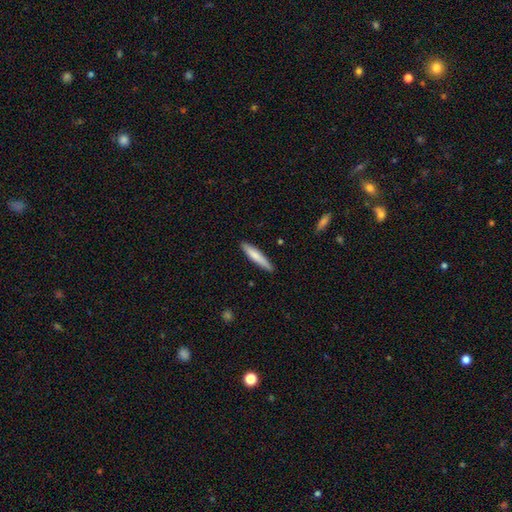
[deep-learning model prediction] Smooth or featured? Predicted: smooth (p=0.76). How rounded? Predicted: cigar-shaped (p=0.90). Merging? Predicted: none (p=0.87).